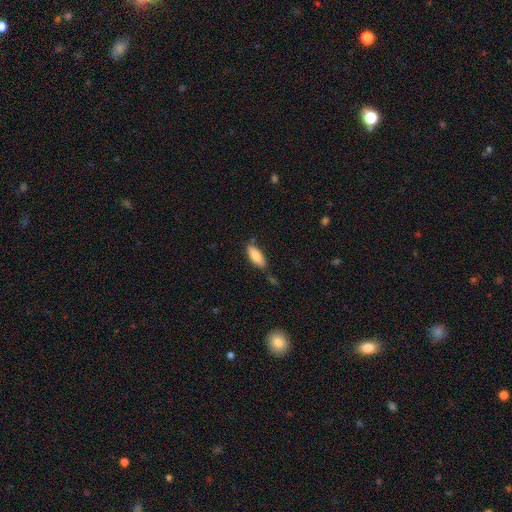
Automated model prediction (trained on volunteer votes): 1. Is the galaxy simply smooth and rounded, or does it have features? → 82% smooth, 11% featured or disk, 6% star or artifact.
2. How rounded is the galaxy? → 75% in between, 23% cigar-shaped, 2% round.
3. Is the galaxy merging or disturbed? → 76% none, 17% minor disturbance, 4% merger, 3% major disturbance.